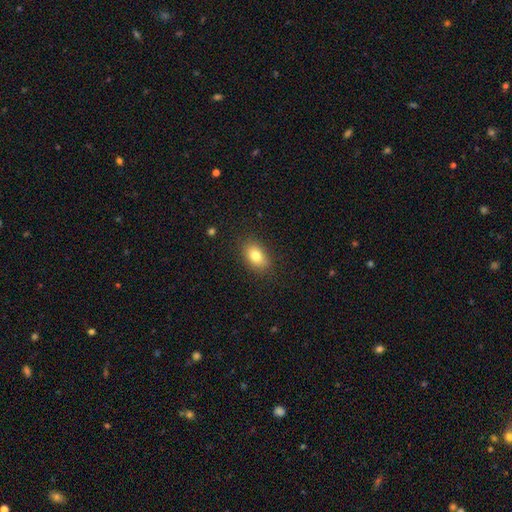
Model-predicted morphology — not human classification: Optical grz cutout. It shows a smooth galaxy with no disk features (80%) that is in between round and cigar-shaped (84%). Merging: none (85%).